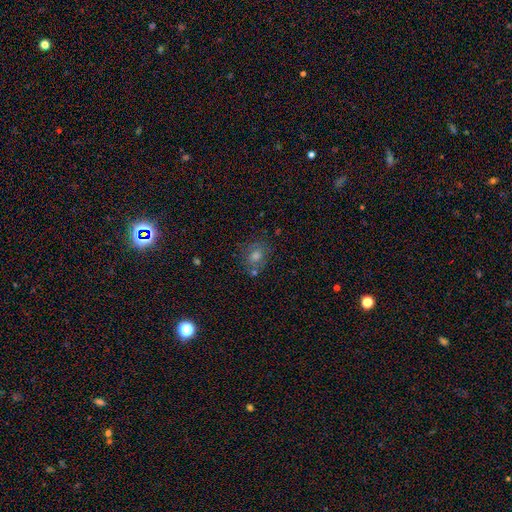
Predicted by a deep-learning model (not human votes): Smooth or featured: smooth — 54% (star or artifact — 28%)
How rounded: round — 71% (in between — 28%)
Merging: none — 73% (minor disturbance — 14%)